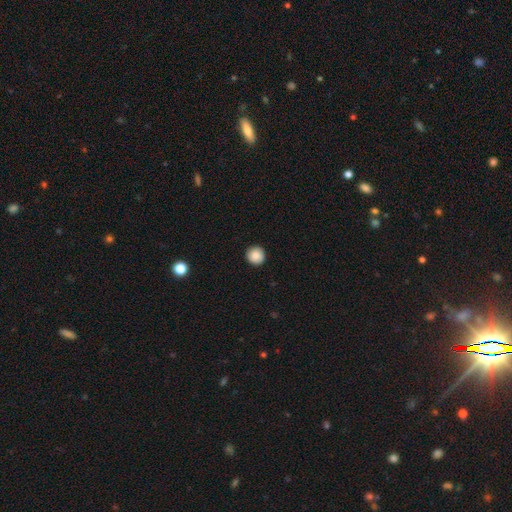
Smooth or featured? smooth (89%)
How rounded? round (91%)
Merging? none (83%)